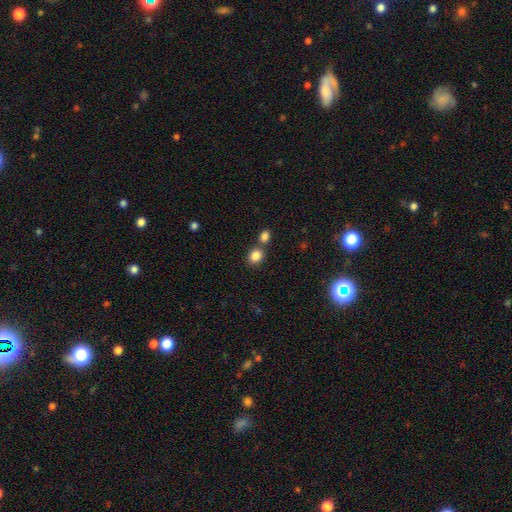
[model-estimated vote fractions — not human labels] Smooth or featured: smooth — 85% (star or artifact — 10%)
How rounded: round — 62% (in between — 37%)
Merging: none — 61% (merger — 28%)